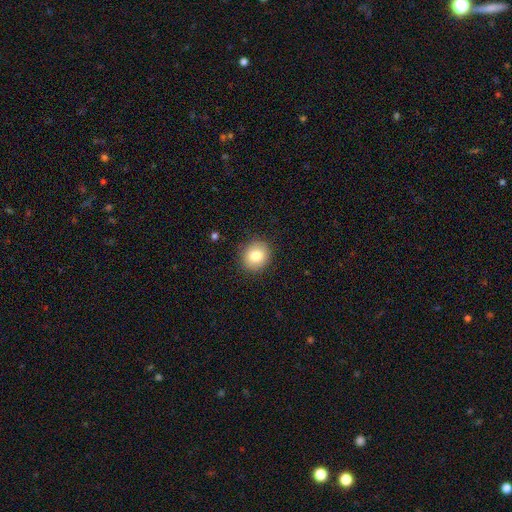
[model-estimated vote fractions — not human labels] This appears to be a smooth galaxy with no disk features (82%) that is round (82%). Merging: none (88%).